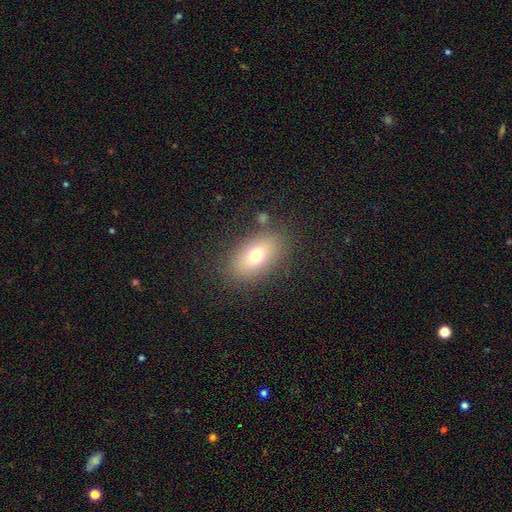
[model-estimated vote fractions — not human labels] smooth_or_featured: smooth (p=0.70) [alt: featured or disk p=0.18]
how_rounded: in between (p=0.83) [alt: round p=0.15]
merging: none (p=0.81) [alt: minor disturbance p=0.11]